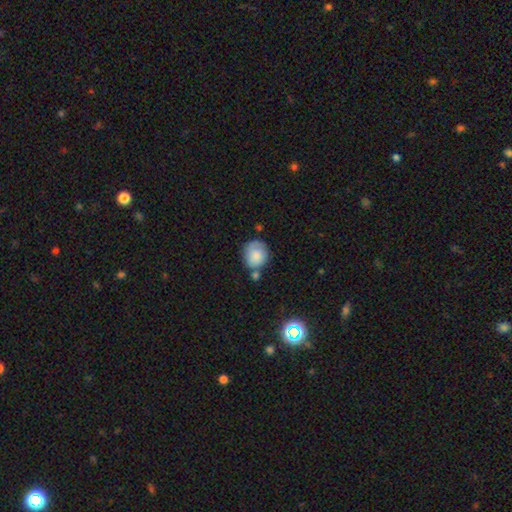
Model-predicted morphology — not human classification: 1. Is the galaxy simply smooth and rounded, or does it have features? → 77% smooth, 15% featured or disk, 8% star or artifact.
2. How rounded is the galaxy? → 78% round, 21% in between, 1% cigar-shaped.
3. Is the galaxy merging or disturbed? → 57% none, 22% minor disturbance, 14% merger, 7% major disturbance.